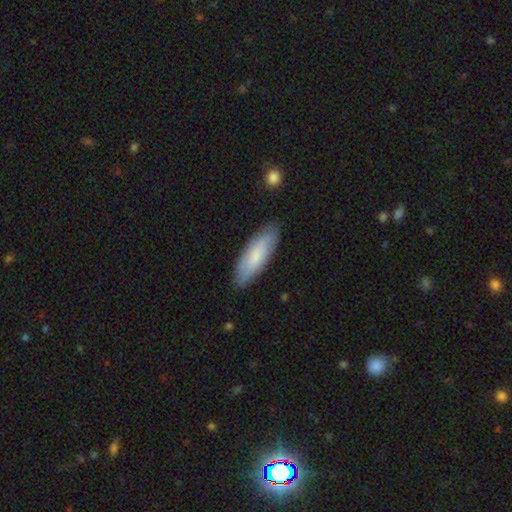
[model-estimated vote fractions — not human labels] smooth_or_featured: smooth (p=0.69) [alt: featured or disk p=0.26]
how_rounded: in between (p=0.56) [alt: cigar-shaped p=0.43]
merging: none (p=0.84) [alt: minor disturbance p=0.12]